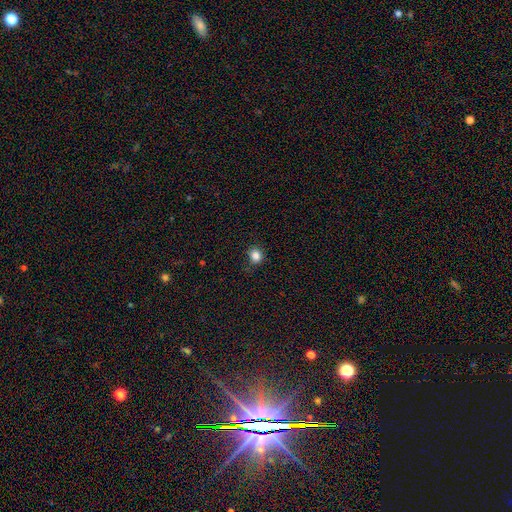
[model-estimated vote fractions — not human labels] A smooth galaxy with no disk features (84%) that is round (81%). Merging: none (83%).